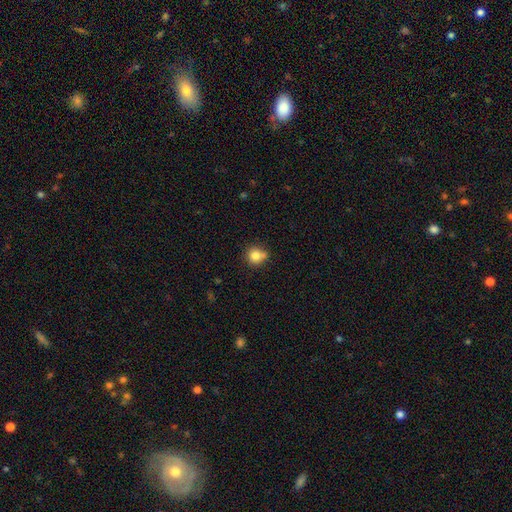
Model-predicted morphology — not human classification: The model was most divided on "merging": none: 62%, minor disturbance: 25%, merger: 8%, major disturbance: 5%. More confident: how rounded — round (83%); smooth or featured — smooth (82%).